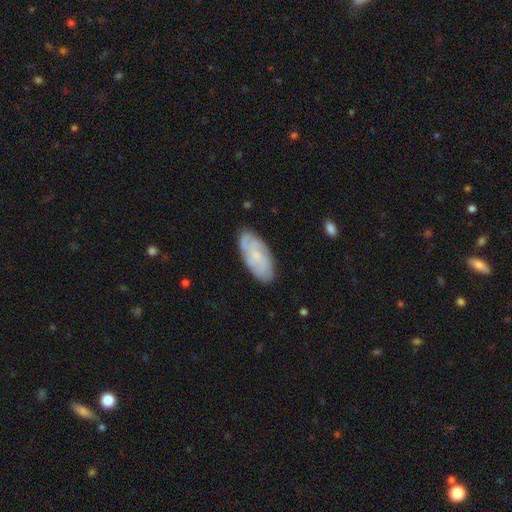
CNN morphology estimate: Overall: featured or disk (55%; smooth 38%). Edge-on disk: no (92%). Bar: no (73%). Spiral arms: yes (83%). Bulge size: small (68%). Merging: none (80%).